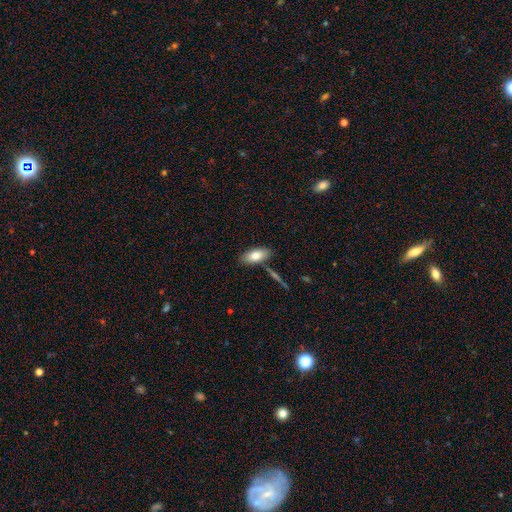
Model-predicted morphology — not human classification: smooth_or_featured: smooth (p=0.79) [alt: featured or disk p=0.14]
how_rounded: in between (p=0.88) [alt: cigar-shaped p=0.09]
merging: none (p=0.80) [alt: minor disturbance p=0.11]